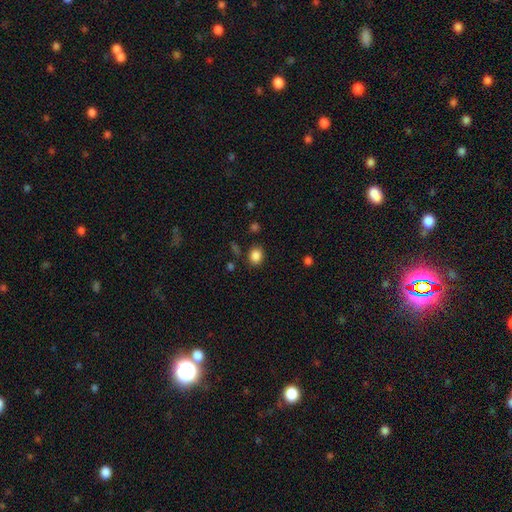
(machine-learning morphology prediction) Q: Smooth or featured?
A: smooth (86%); runner-up: star or artifact (10%)
Q: How rounded?
A: round (55%); runner-up: in between (44%)
Q: Merging?
A: none (83%); runner-up: minor disturbance (10%)